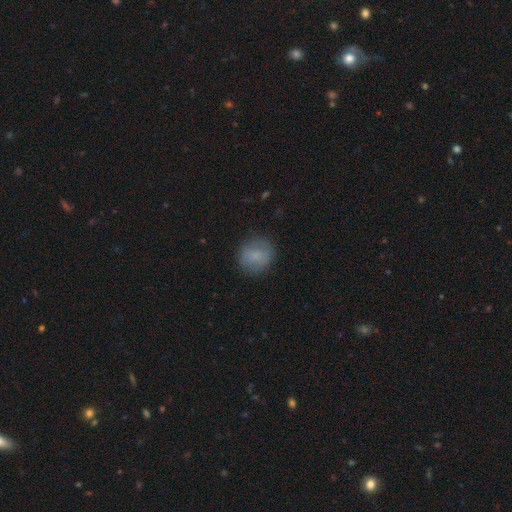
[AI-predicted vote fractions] Q: Smooth or featured?
A: smooth (80%); runner-up: featured or disk (11%)
Q: How rounded?
A: round (82%); runner-up: in between (17%)
Q: Merging?
A: none (82%); runner-up: minor disturbance (13%)